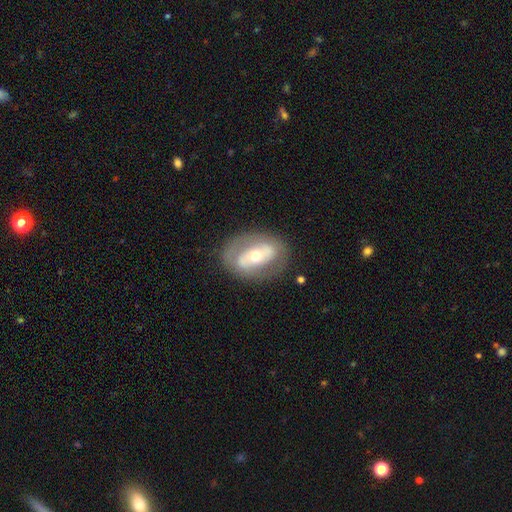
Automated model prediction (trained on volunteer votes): featured or disk 66%, smooth 28%, star or artifact 6%. Down the decision tree: edge-on disk — no (92%); bar — no (41%); spiral arms — no (59%); bulge size — moderate (64%); merging — none (77%).